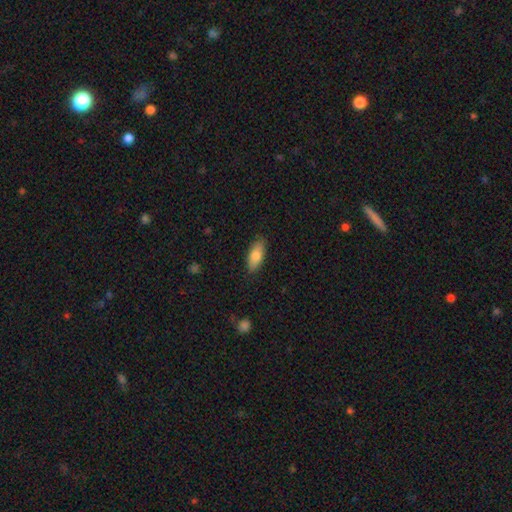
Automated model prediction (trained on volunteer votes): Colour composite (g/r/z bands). It shows a smooth galaxy with no disk features (80%) that is in between round and cigar-shaped (81%). Merging: none (86%).